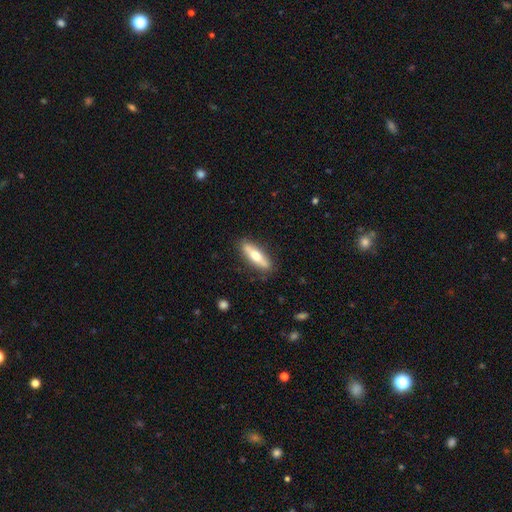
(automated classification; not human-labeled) This is possibly a smooth galaxy (58%). How rounded: likely cigar-shaped (60%). Merging: clearly none (86%).